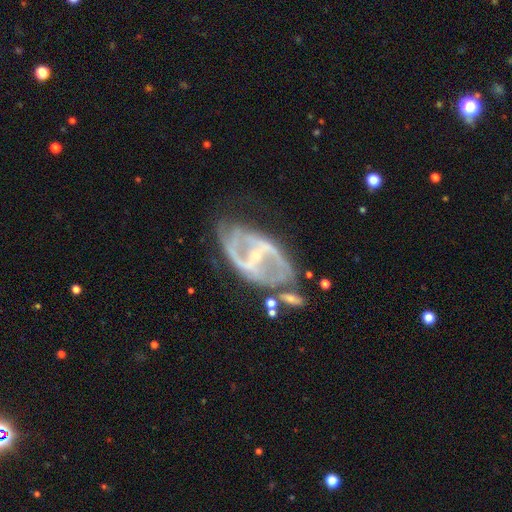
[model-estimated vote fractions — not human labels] Smooth or featured? featured or disk (86%)
Edge-on disk? no (95%)
Bar? strong (50%)
Spiral arms? yes (84%)
Spiral winding? medium (44%)
Spiral arm count? 2 (74%)
Bulge size? small (78%)
Merging? none (47%)